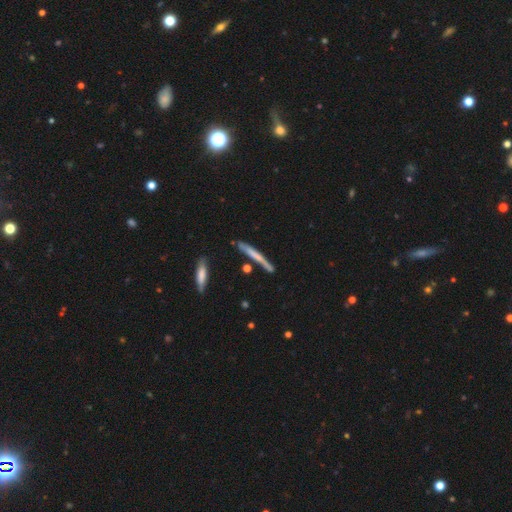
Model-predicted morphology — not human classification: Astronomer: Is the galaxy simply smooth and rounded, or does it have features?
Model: smooth — 56% (runner-up: featured or disk, 38%).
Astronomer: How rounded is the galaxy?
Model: cigar-shaped — 96%.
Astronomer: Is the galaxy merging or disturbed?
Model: none — 77%.